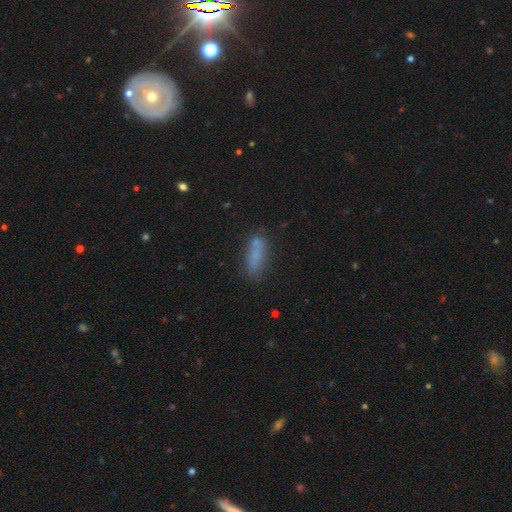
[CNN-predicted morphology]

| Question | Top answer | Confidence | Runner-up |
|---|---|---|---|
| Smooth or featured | smooth | 71% | featured or disk (17%) |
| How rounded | cigar-shaped | 49% | in between (48%) |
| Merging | none | 61% | minor disturbance (19%) |